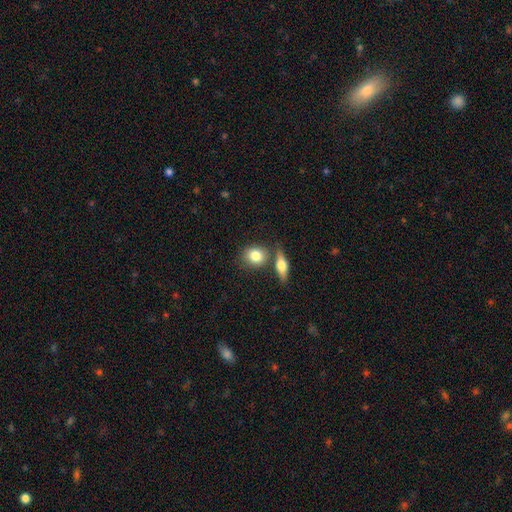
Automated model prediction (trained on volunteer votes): A smooth galaxy with no disk features (80%) that is round (56%). Merging: none (62%).